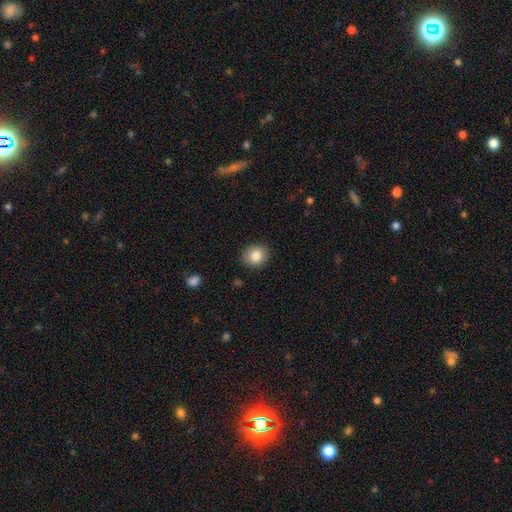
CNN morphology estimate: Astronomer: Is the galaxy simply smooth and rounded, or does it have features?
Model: smooth — 84%.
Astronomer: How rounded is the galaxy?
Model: round — 73%.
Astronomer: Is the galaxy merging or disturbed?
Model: none — 88%.